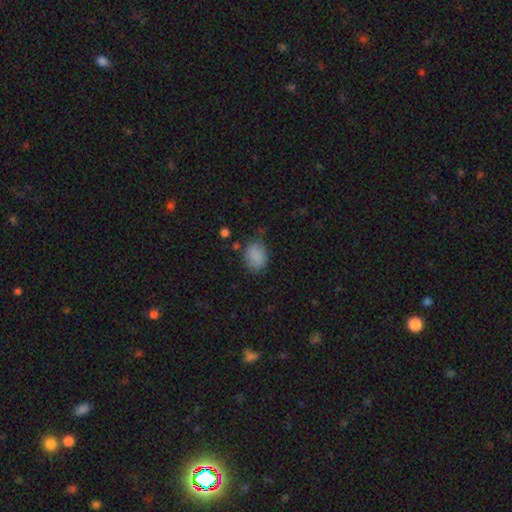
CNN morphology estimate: A smooth galaxy with no disk features (85%) that is in between round and cigar-shaped (64%).

Vote fractions:
- Smooth or featured? smooth: 85% / star or artifact: 9% / featured or disk: 5%
- How rounded? in between: 64% / round: 35% / cigar-shaped: 1%
- Merging? none: 71% / minor disturbance: 21% / major disturbance: 5% / merger: 2%